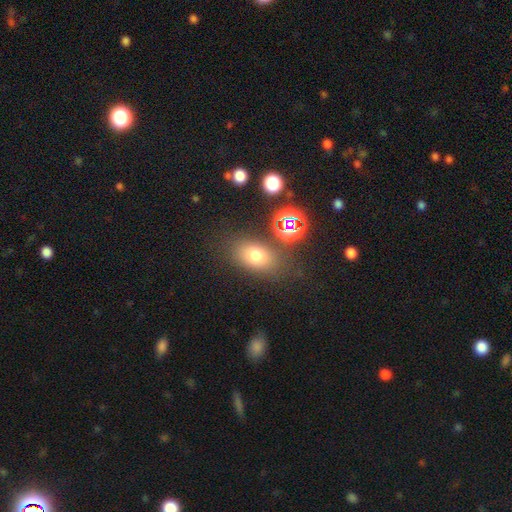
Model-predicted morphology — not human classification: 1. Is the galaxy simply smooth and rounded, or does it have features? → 70% smooth, 18% star or artifact, 12% featured or disk.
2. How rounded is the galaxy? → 74% in between, 24% round, 2% cigar-shaped.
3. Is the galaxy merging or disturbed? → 75% none, 13% minor disturbance, 6% major disturbance, 6% merger.